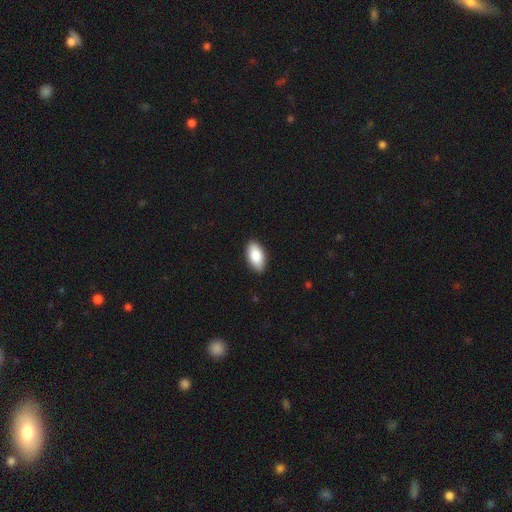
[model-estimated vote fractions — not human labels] The model was most divided on "smooth or featured": smooth: 87%, featured or disk: 7%, star or artifact: 6%. More confident: how rounded — in between (94%); merging — none (89%).